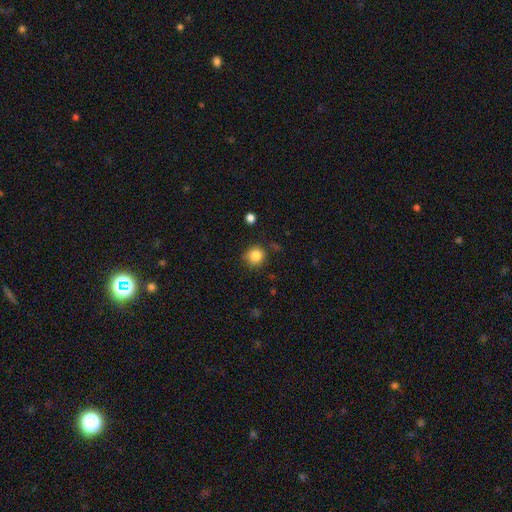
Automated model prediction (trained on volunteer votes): Smooth or featured? Predicted: smooth (p=0.84). How rounded? Predicted: round (p=0.90). Merging? Predicted: none (p=0.81).